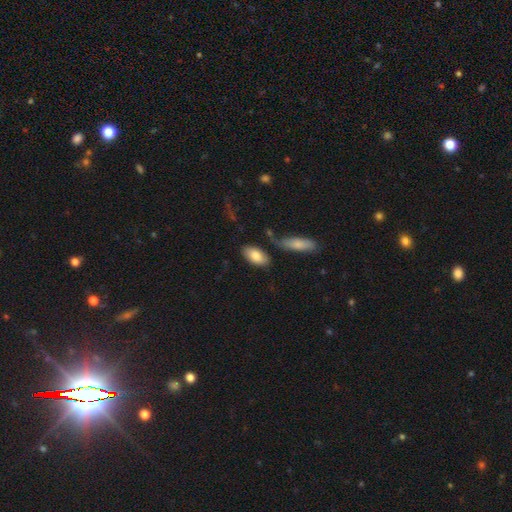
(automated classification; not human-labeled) Overall: smooth (82%). How rounded: in between (93%). Merging: none (72%).